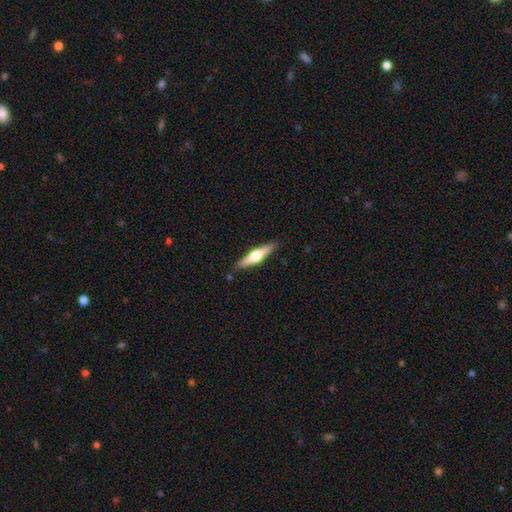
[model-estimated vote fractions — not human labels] Smooth or featured? Predicted: featured or disk (p=0.62). Edge-on disk? Predicted: yes (p=0.97). Edge-on bulge? Predicted: rounded (p=0.94). Merging? Predicted: none (p=0.89).